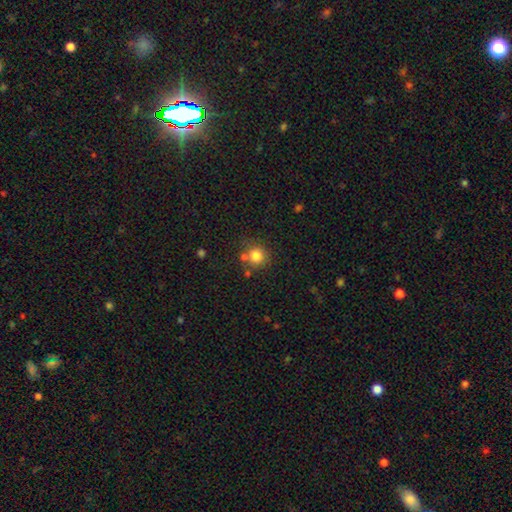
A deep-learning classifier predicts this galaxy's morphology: smooth-or-featured: smooth: 81% | star or artifact: 12% | featured or disk: 7%
  how-rounded: round: 92% | in between: 7% | cigar-shaped: 1%
  merging: none: 70% | merger: 16% | minor disturbance: 10% | major disturbance: 4%